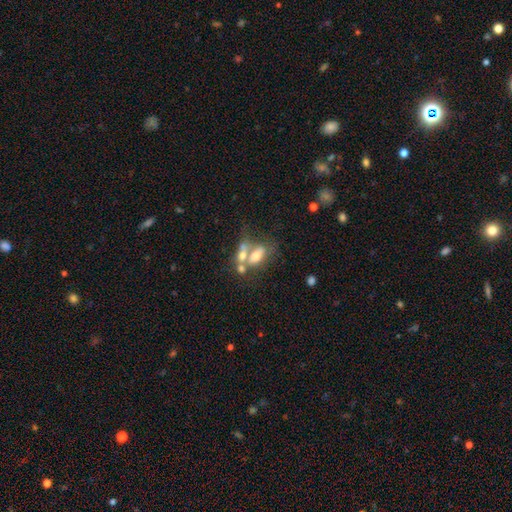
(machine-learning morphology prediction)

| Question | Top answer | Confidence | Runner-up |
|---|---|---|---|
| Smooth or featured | smooth | 54% | featured or disk (34%) |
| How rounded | in between | 78% | cigar-shaped (11%) |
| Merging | merger | 53% | none (26%) |